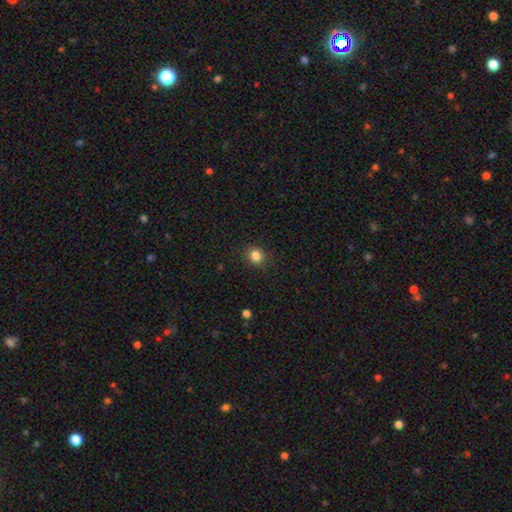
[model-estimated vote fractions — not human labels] A smooth galaxy with no disk features (83%) that is round (80%).

Vote fractions:
- Smooth or featured? smooth: 83% / star or artifact: 12% / featured or disk: 5%
- How rounded? round: 80% / in between: 19% / cigar-shaped: 1%
- Merging? none: 87% / minor disturbance: 9% / major disturbance: 3% / merger: 1%